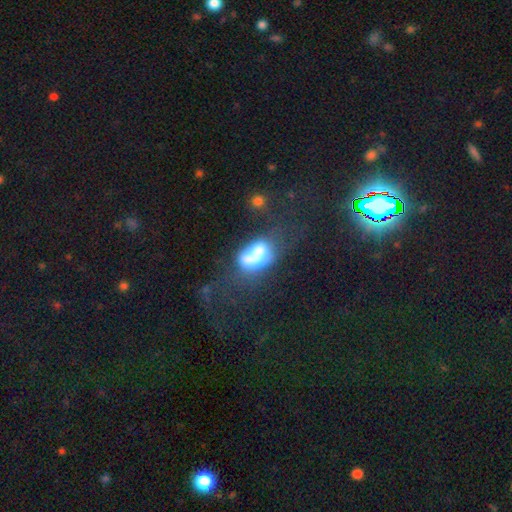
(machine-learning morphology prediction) smooth 55%, featured or disk 32%, star or artifact 13%. Down the decision tree: how rounded — in between (83%); merging — major disturbance (31%).